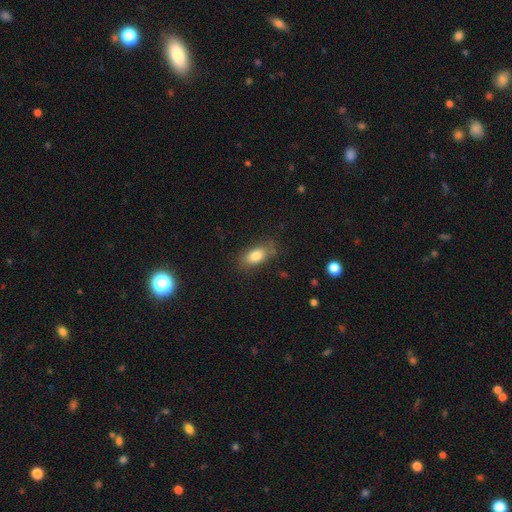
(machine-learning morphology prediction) The model was most divided on "merging": none: 73%, minor disturbance: 19%, major disturbance: 5%, merger: 2%. More confident: how rounded — in between (86%); smooth or featured — smooth (81%).